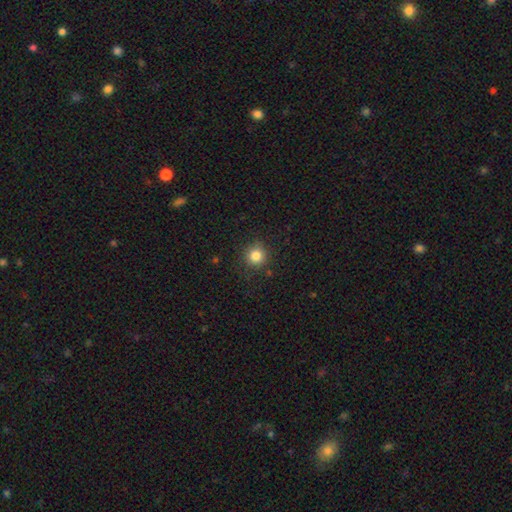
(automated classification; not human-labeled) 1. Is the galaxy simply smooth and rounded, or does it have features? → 83% smooth, 12% star or artifact, 5% featured or disk.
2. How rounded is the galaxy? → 93% round, 6% in between, 1% cigar-shaped.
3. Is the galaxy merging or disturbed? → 87% none, 9% minor disturbance, 3% major disturbance, 1% merger.